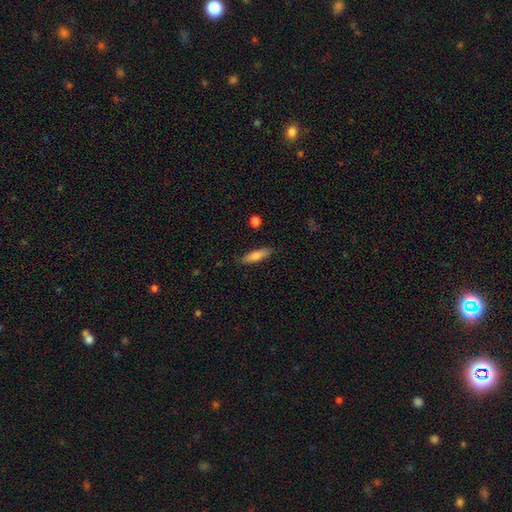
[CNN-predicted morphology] Overall: smooth (75%). How rounded: cigar-shaped (68%; in between 30%). Merging: none (84%).